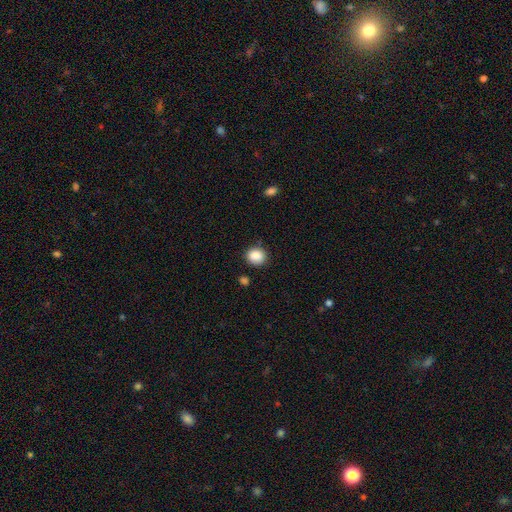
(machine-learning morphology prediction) Smooth or featured? Predicted: smooth (p=0.88). How rounded? Predicted: round (p=0.73). Merging? Predicted: none (p=0.83).